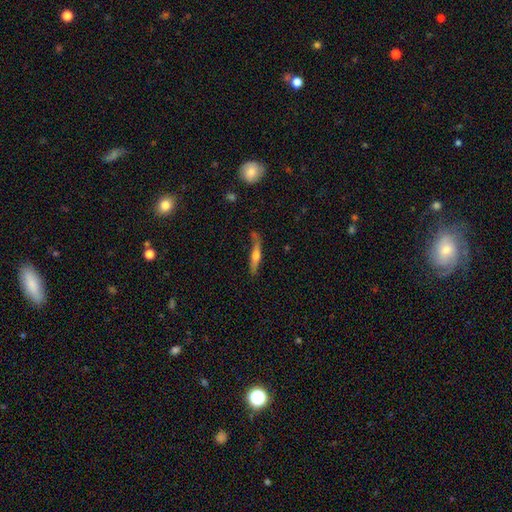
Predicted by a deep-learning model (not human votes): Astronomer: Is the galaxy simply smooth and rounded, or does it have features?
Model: featured or disk — 49% (runner-up: smooth, 44%).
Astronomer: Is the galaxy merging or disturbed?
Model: none — 68%.